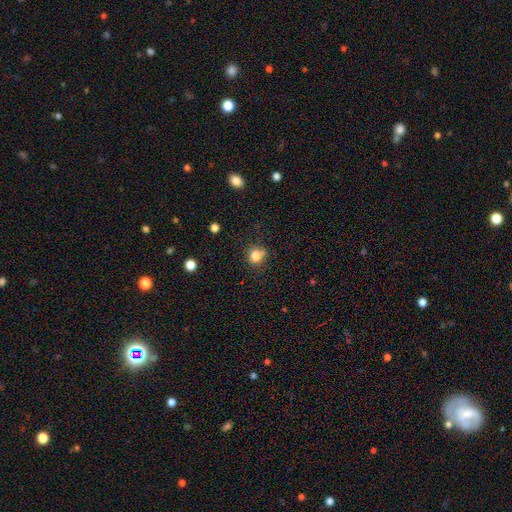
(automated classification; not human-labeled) This is clearly a smooth galaxy (81%). How rounded: clearly round (83%). Merging: likely none (67%).